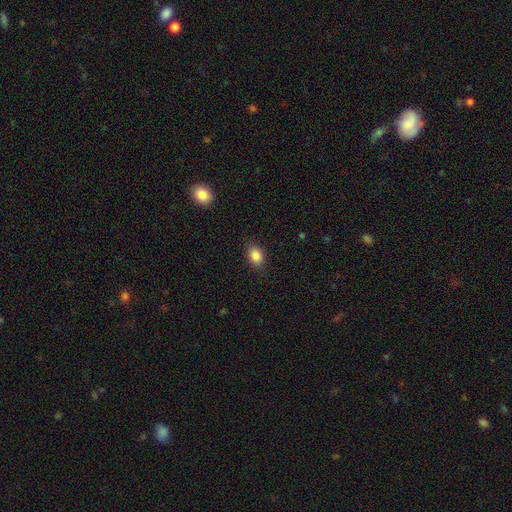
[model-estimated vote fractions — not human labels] smooth_or_featured: smooth (p=0.87) [alt: star or artifact p=0.09]
how_rounded: in between (p=0.71) [alt: round p=0.28]
merging: none (p=0.87) [alt: minor disturbance p=0.10]